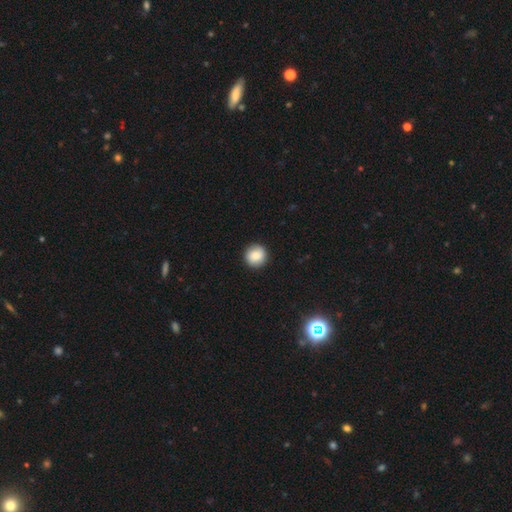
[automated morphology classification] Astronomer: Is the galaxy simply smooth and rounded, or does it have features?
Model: smooth — 86%.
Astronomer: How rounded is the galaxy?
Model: round — 94%.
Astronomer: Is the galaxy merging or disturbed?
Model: none — 91%.